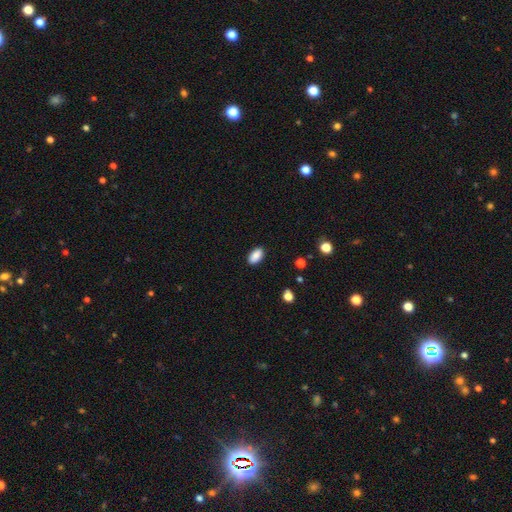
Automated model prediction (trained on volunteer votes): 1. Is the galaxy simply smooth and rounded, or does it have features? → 88% smooth, 8% star or artifact, 4% featured or disk.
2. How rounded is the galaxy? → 93% in between, 4% round, 3% cigar-shaped.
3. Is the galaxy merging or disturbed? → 88% none, 9% minor disturbance, 2% major disturbance, 1% merger.